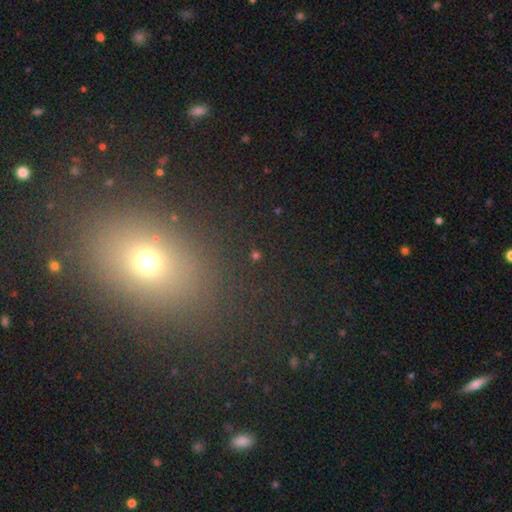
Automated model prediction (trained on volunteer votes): A star or artifact, not a galaxy (51%).

Vote fractions:
- Smooth or featured? star or artifact: 51% / smooth: 38% / featured or disk: 11%